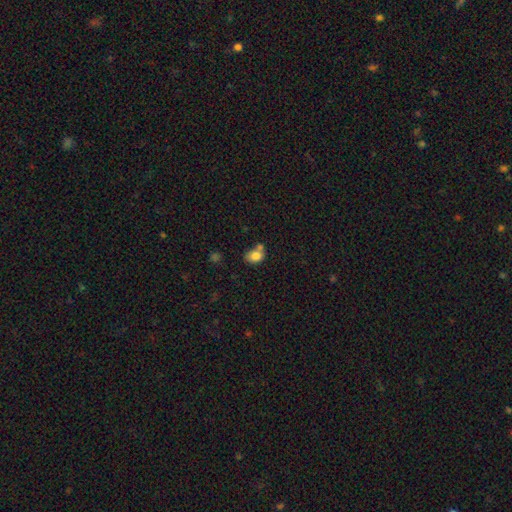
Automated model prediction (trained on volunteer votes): Overall: smooth (81%). How rounded: in between (63%; round 36%). Merging: none (44%; merger 32%).